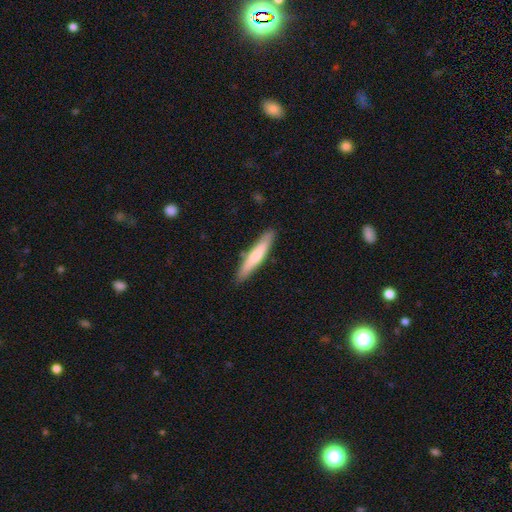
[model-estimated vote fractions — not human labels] smooth_or_featured: smooth (p=0.68) [alt: featured or disk p=0.27]
how_rounded: cigar-shaped (p=0.91) [alt: in between p=0.07]
merging: none (p=0.87) [alt: minor disturbance p=0.09]